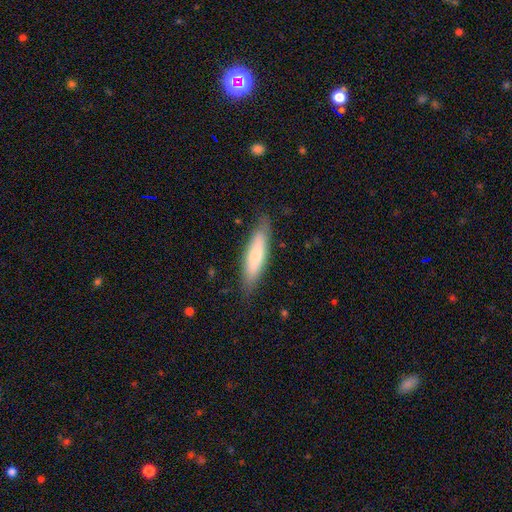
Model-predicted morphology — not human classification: Smooth or featured? smooth (69%)
How rounded? cigar-shaped (68%)
Merging? none (81%)